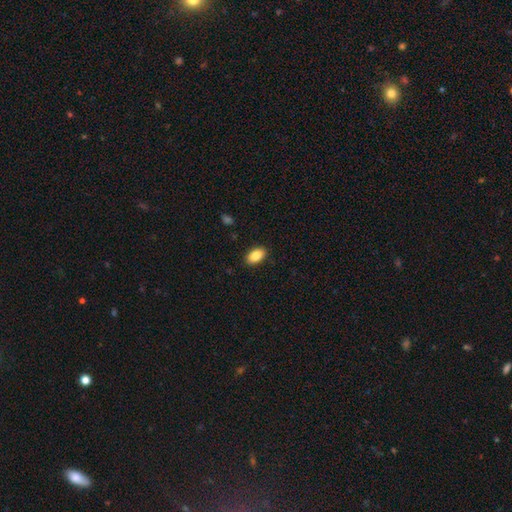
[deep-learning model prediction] Smooth or featured: smooth — 86% (star or artifact — 7%)
How rounded: in between — 92% (round — 6%)
Merging: none — 89% (minor disturbance — 8%)